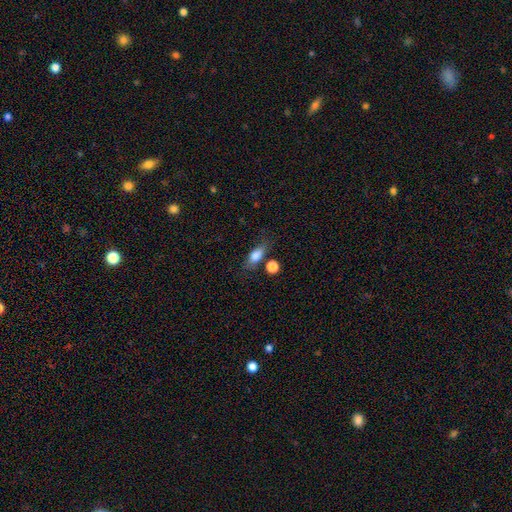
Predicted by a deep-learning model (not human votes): Smooth or featured: smooth — 79% (featured or disk — 12%)
How rounded: in between — 77% (cigar-shaped — 14%)
Merging: none — 64% (minor disturbance — 19%)